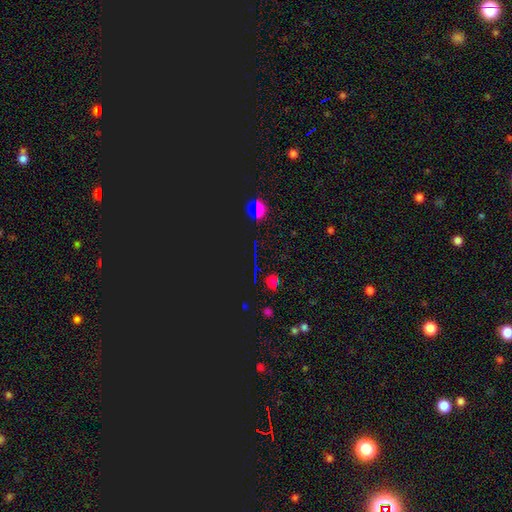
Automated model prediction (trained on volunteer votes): The model was most divided on "smooth or featured": star or artifact: 79%, smooth: 12%, featured or disk: 8%.